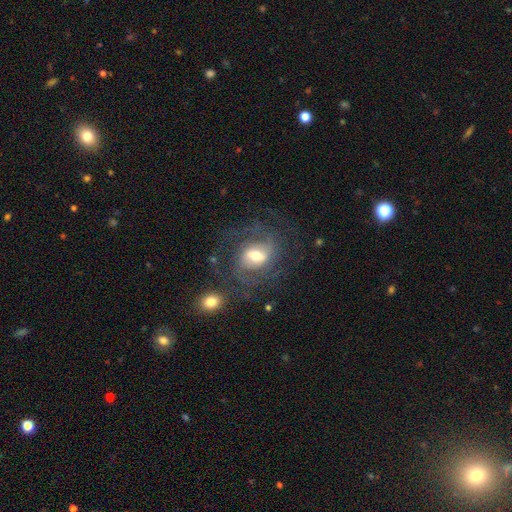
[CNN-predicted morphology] Overall: featured or disk (75%). Edge-on disk: no (96%). Bar: weak (50%; strong 28%). Spiral arms: yes (89%). Spiral arm count: 2 (49%; can't tell 24%). Spiral winding: medium (45%; tight 30%). Bulge size: moderate (63%). Merging: none (60%).